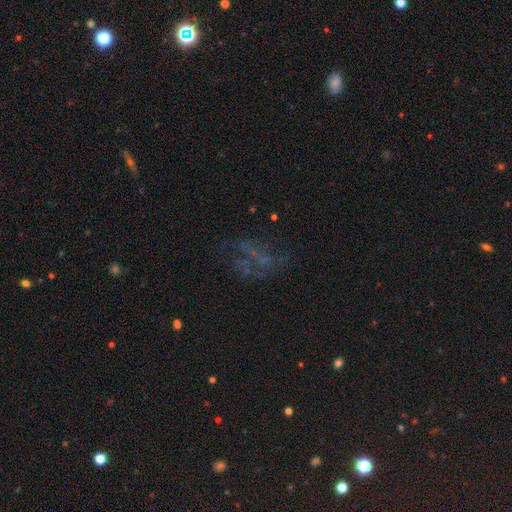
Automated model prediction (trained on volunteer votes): smooth-or-featured: star or artifact: 39% | featured or disk: 38% | smooth: 23%